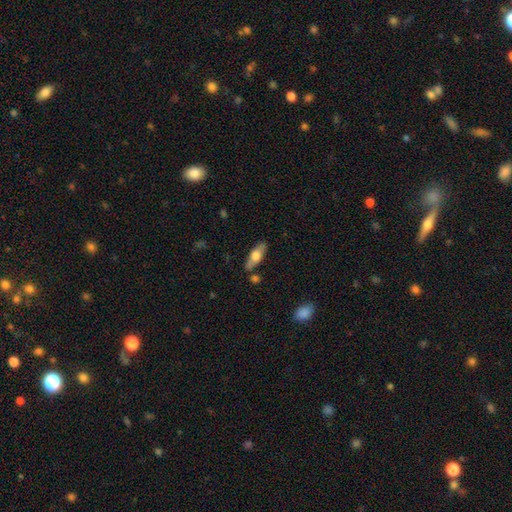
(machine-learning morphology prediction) This appears to be a smooth galaxy with no disk features (58%) that is in between round and cigar-shaped (60%). Merging: none (80%).